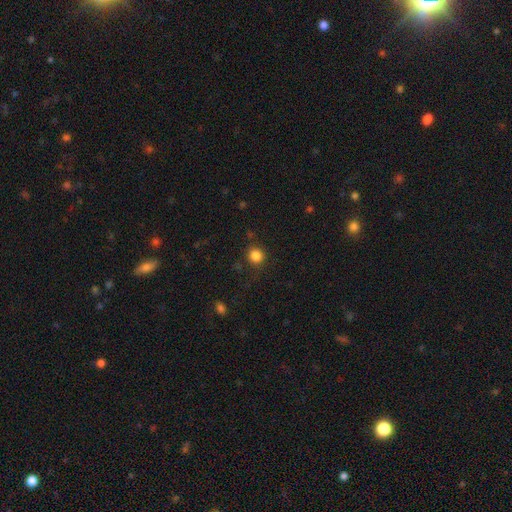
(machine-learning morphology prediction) smooth 85%, star or artifact 12%, featured or disk 4%. Down the decision tree: how rounded — round (91%); merging — none (86%).